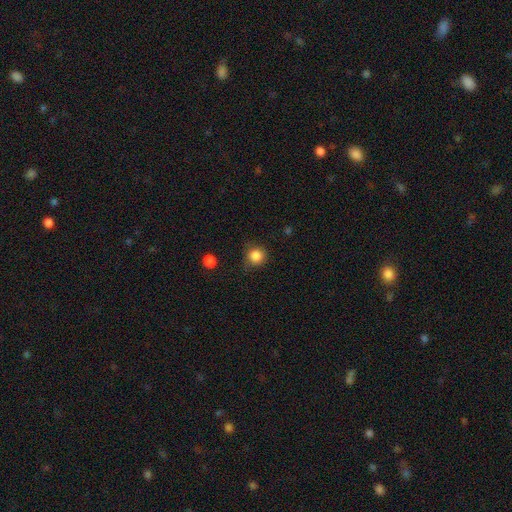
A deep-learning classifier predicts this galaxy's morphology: A smooth galaxy with no disk features (85%) that is round (93%).

Vote fractions:
- Smooth or featured? smooth: 85% / star or artifact: 11% / featured or disk: 4%
- How rounded? round: 93% / in between: 6% / cigar-shaped: 1%
- Merging? none: 77% / minor disturbance: 16% / major disturbance: 4% / merger: 2%